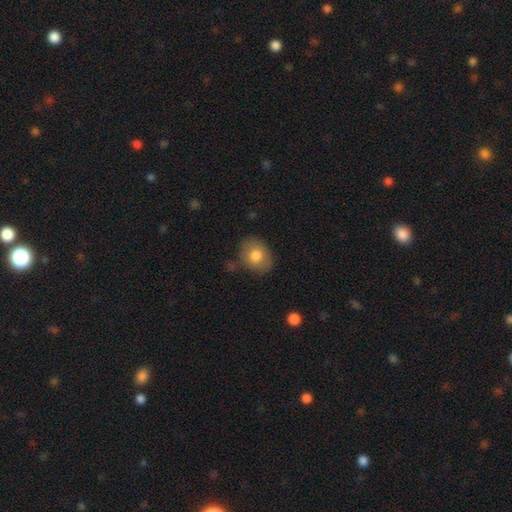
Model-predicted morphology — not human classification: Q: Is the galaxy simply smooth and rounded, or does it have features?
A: smooth — 76%.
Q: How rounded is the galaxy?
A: in between — 57%.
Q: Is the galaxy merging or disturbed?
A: none — 75%.